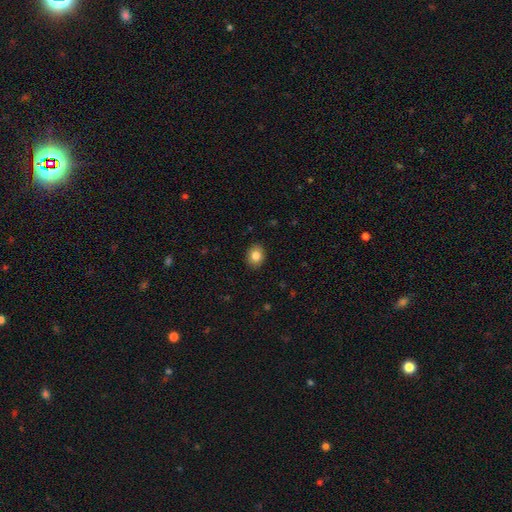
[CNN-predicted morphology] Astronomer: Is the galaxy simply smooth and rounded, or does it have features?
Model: smooth — 83%.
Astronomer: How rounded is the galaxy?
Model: in between — 51% (runner-up: round, 48%).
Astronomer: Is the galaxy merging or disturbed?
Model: none — 90%.